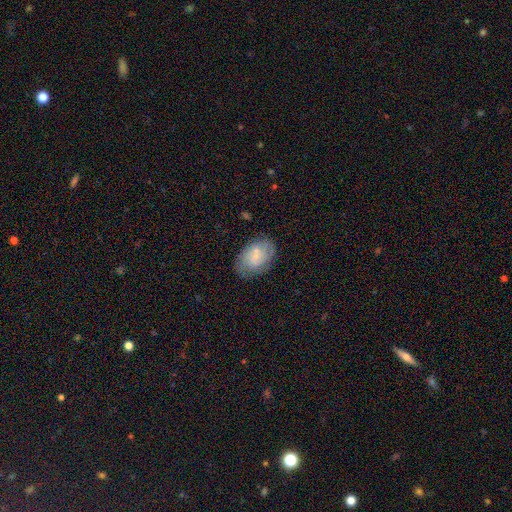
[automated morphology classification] Smooth or featured? smooth (48%)
Merging? none (70%)